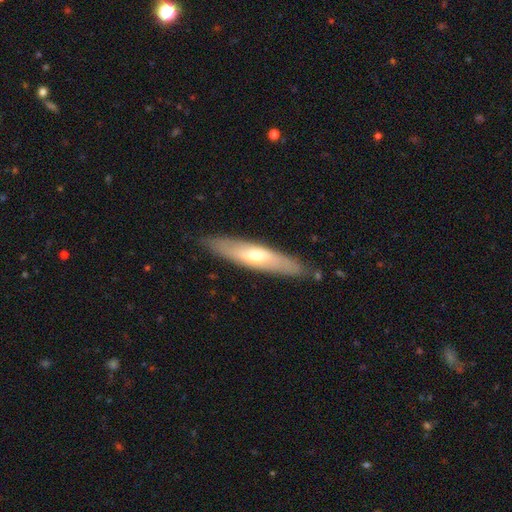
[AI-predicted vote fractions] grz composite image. It shows a featured or disk galaxy (49%). Merging: none (84%).